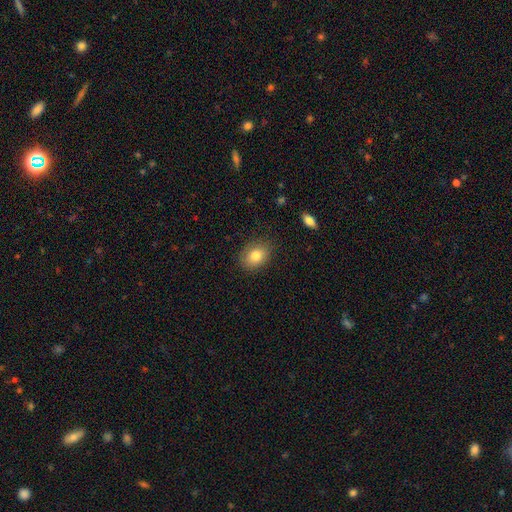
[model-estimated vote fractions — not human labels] smooth-or-featured: smooth: 81% | featured or disk: 10% | star or artifact: 9%
  how-rounded: in between: 63% | round: 36% | cigar-shaped: 1%
  merging: none: 82% | minor disturbance: 14% | major disturbance: 3% | merger: 1%